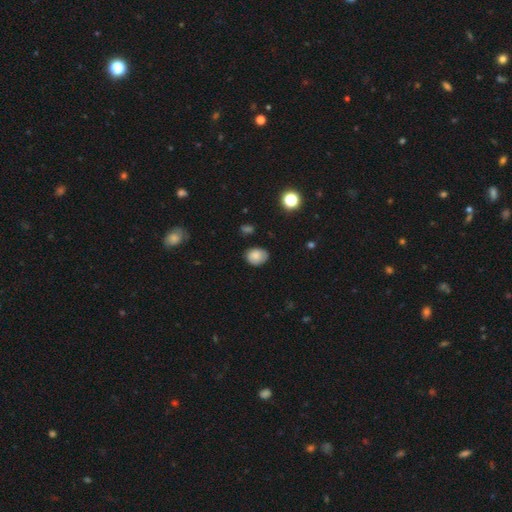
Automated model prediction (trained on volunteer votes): This appears to be a smooth galaxy with no disk features (80%) that is in between round and cigar-shaped (58%). Merging: none (74%).